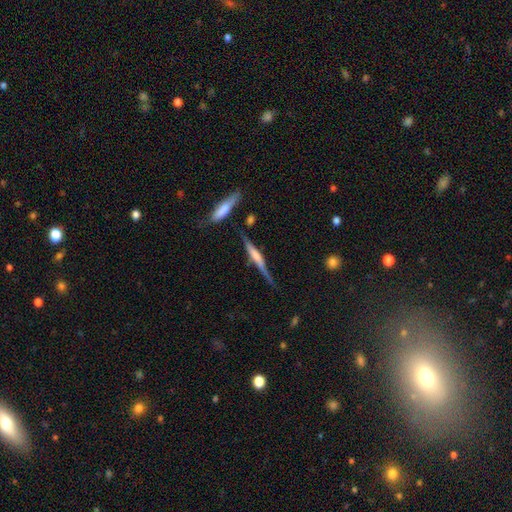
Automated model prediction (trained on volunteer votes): featured or disk 66%, smooth 27%, star or artifact 6%. Down the decision tree: edge-on disk — yes (96%); edge-on bulge — rounded (43%); merging — none (67%).